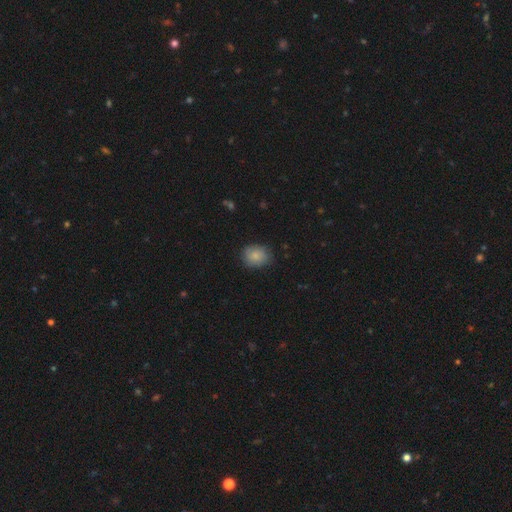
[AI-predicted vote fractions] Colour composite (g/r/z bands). It shows a smooth galaxy with no disk features (84%) that is round (54%). Merging: none (77%).